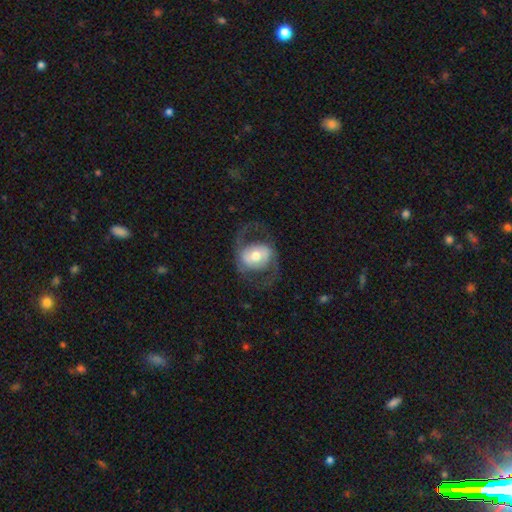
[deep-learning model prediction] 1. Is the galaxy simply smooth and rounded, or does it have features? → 73% featured or disk, 22% smooth, 6% star or artifact.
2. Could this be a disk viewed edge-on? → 96% no, 4% yes.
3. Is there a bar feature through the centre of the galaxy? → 43% no, 34% weak, 23% strong.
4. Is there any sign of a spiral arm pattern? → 78% yes, 22% no.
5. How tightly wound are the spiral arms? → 49% medium, 36% loose, 14% tight.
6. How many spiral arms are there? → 88% 2, 6% can't tell, 3% 1, 1% 3, 1% 4, 1% more than 4.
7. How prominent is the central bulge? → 66% moderate, 19% small, 12% large, 2% dominant, 1% none.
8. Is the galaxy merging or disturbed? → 65% none, 19% major disturbance, 14% minor disturbance, 1% merger.